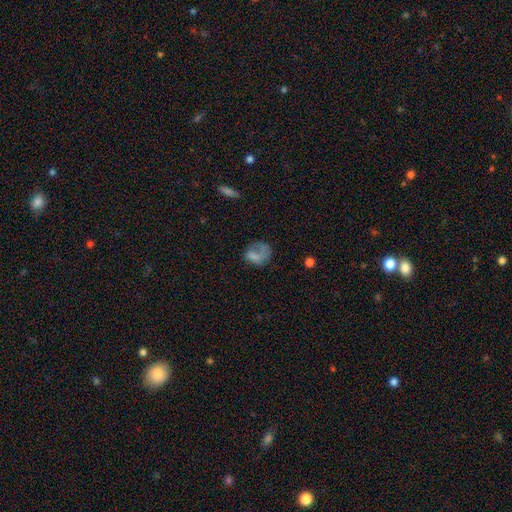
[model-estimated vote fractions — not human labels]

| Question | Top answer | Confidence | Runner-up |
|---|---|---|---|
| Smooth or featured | smooth | 65% | featured or disk (24%) |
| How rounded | in between | 50% | round (49%) |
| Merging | none | 36% | major disturbance (35%) |